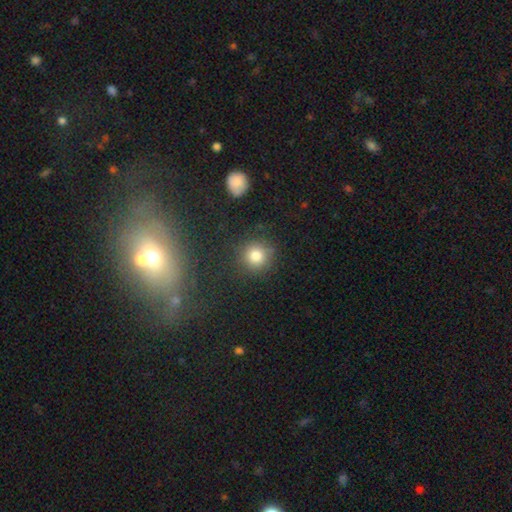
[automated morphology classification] Smooth or featured? Predicted: smooth (p=0.79). How rounded? Predicted: round (p=0.92). Merging? Predicted: none (p=0.85).